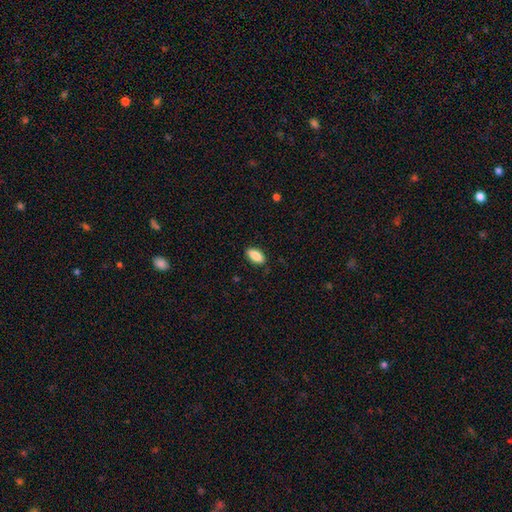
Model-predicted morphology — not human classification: smooth-or-featured: smooth: 87% | star or artifact: 7% | featured or disk: 6%
  how-rounded: in between: 88% | cigar-shaped: 9% | round: 3%
  merging: none: 85% | minor disturbance: 12% | major disturbance: 2% | merger: 1%